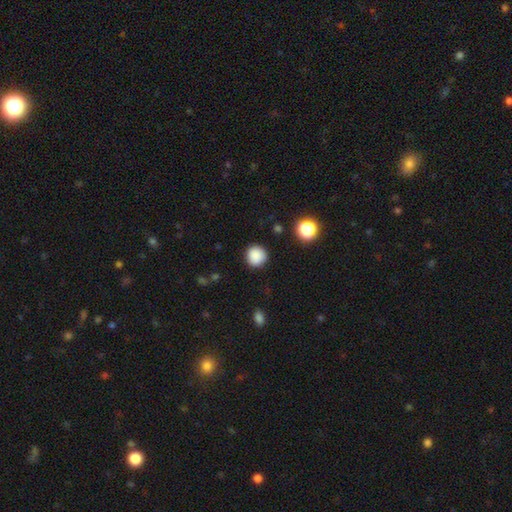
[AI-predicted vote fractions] smooth-or-featured: smooth: 87% | star or artifact: 10% | featured or disk: 3%
  how-rounded: round: 93% | in between: 6% | cigar-shaped: 1%
  merging: none: 89% | minor disturbance: 7% | major disturbance: 2% | merger: 1%